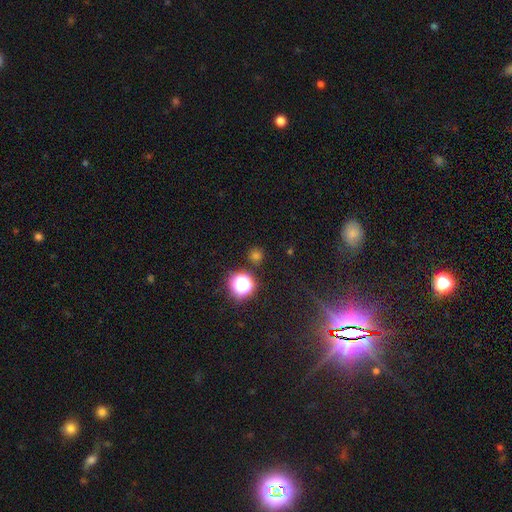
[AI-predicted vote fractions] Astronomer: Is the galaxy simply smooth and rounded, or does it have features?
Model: smooth — 57% (runner-up: star or artifact, 37%).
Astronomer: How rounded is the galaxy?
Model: round — 91%.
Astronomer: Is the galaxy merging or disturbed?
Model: none — 86%.